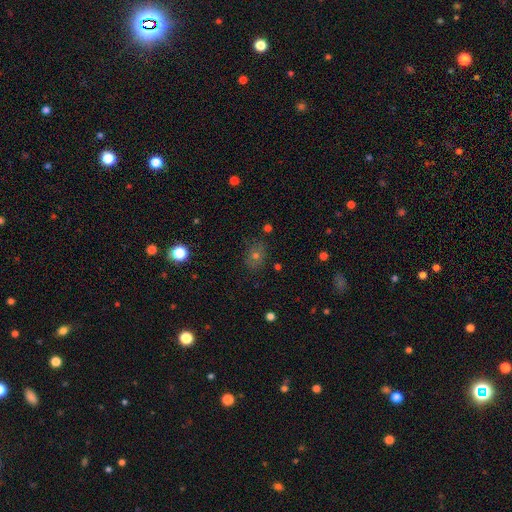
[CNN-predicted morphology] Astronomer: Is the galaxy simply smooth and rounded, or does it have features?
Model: smooth — 56%.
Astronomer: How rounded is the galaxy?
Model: round — 52% (runner-up: in between, 47%).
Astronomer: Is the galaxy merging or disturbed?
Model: none — 80%.